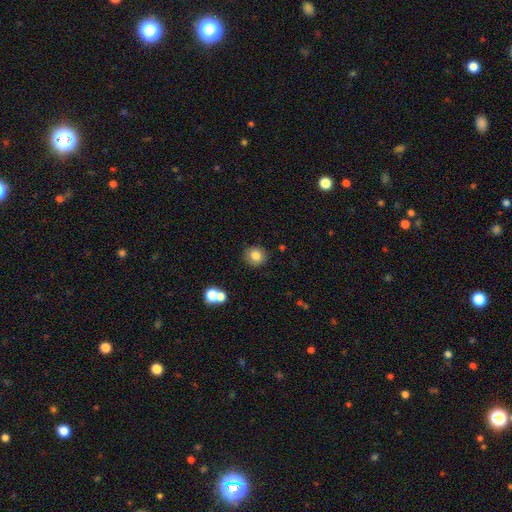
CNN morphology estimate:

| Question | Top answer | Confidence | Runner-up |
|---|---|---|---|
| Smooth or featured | smooth | 81% | star or artifact (10%) |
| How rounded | round | 85% | in between (14%) |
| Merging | none | 87% | minor disturbance (7%) |